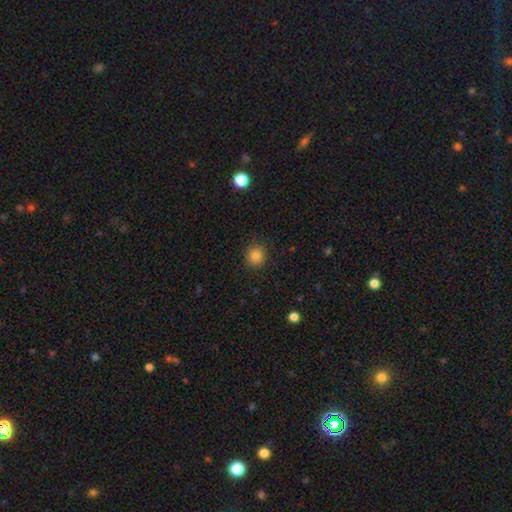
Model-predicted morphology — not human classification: Q: Smooth or featured?
A: smooth (82%); runner-up: star or artifact (11%)
Q: How rounded?
A: round (90%); runner-up: in between (9%)
Q: Merging?
A: none (88%); runner-up: minor disturbance (8%)